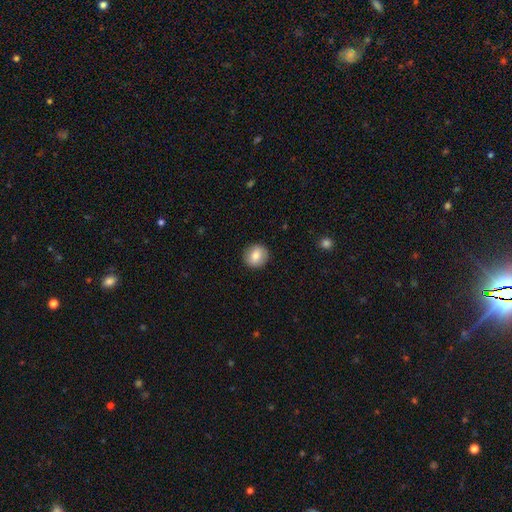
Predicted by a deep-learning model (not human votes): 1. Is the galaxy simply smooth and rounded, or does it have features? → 80% smooth, 12% featured or disk, 8% star or artifact.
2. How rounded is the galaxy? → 85% round, 14% in between, 1% cigar-shaped.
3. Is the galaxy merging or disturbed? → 90% none, 7% minor disturbance, 2% major disturbance, 1% merger.